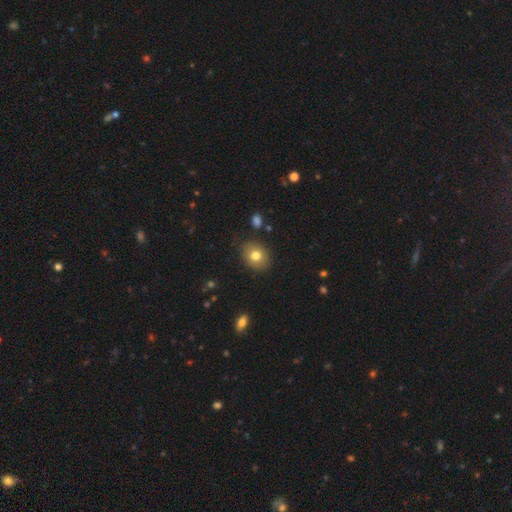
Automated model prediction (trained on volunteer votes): The model was most divided on "how rounded": in between: 52%, round: 47%, cigar-shaped: 1%. More confident: merging — none (84%); smooth or featured — smooth (77%).